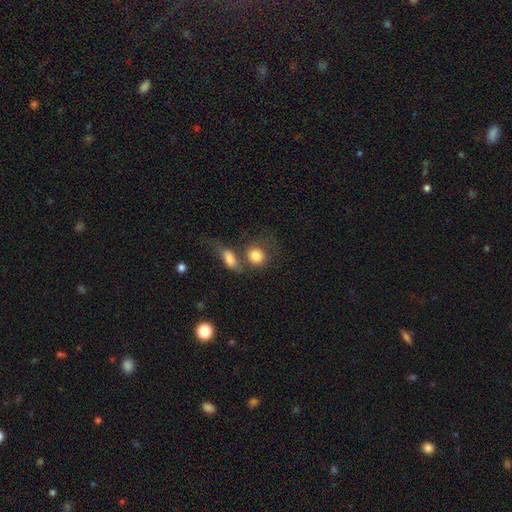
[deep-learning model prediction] Smooth or featured? Predicted: smooth (p=0.82). How rounded? Predicted: round (p=0.70). Merging? Predicted: none (p=0.40, tied with merger).